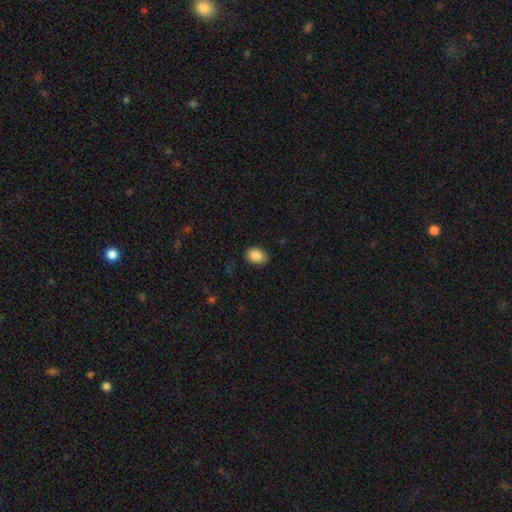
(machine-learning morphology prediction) Smooth or featured?
  - smooth: 89% *
  - star or artifact: 8%
  - featured or disk: 3%
How rounded?
  - in between: 72% *
  - round: 27%
  - cigar-shaped: 1%
Merging?
  - none: 83% *
  - minor disturbance: 13%
  - major disturbance: 3%
  - merger: 1%